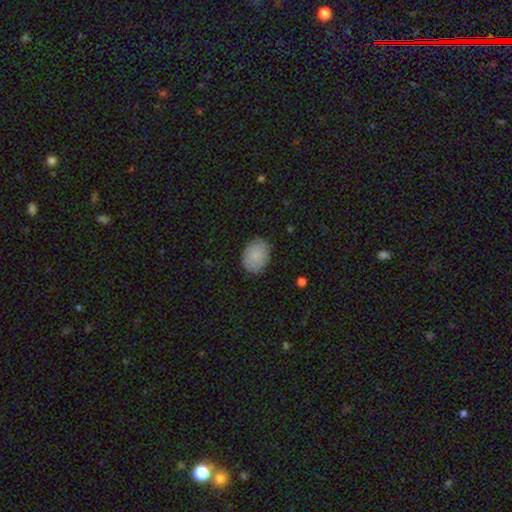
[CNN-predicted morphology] This is clearly a smooth galaxy (85%). How rounded: likely in between (66%). Merging: clearly none (84%).